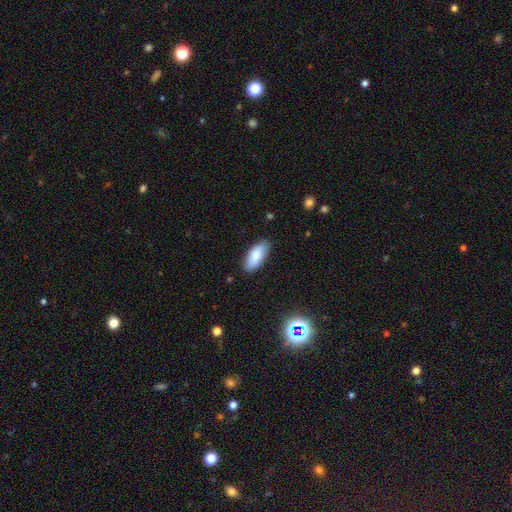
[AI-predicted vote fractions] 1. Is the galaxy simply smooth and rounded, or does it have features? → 83% smooth, 10% featured or disk, 6% star or artifact.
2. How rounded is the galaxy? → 86% in between, 13% cigar-shaped, 2% round.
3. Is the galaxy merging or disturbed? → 86% none, 11% minor disturbance, 2% major disturbance, 1% merger.